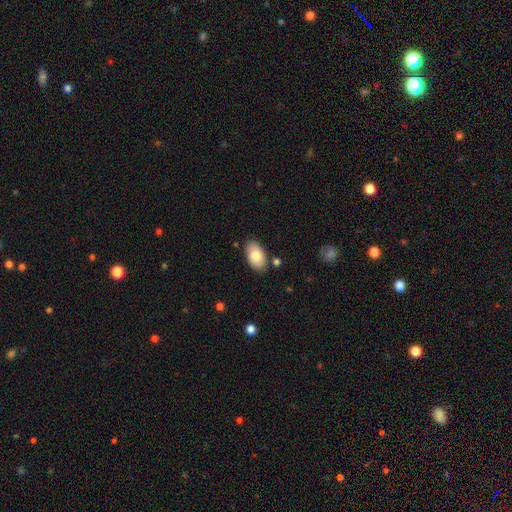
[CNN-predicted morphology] A smooth galaxy with no disk features (81%) that is in between round and cigar-shaped (94%). Merging: none (83%).